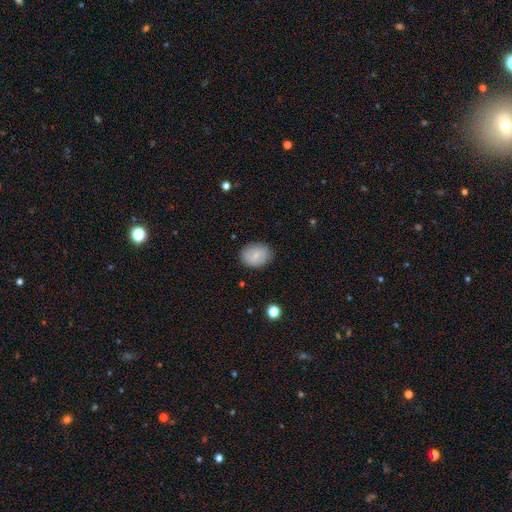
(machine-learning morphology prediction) This appears to be a smooth galaxy with no disk features (74%) that is in between round and cigar-shaped (62%). Merging: none (83%).